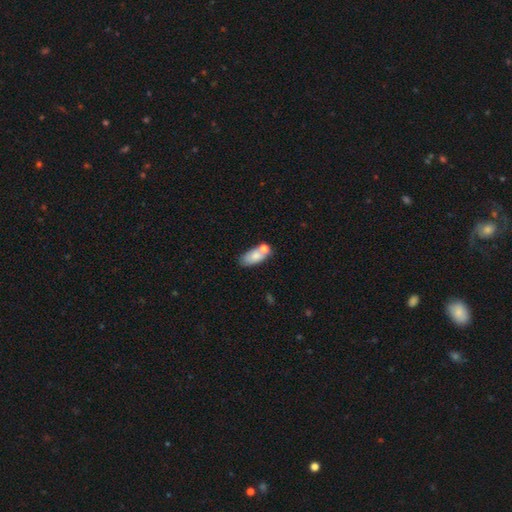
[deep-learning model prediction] Smooth or featured: smooth — 75% (featured or disk — 17%)
How rounded: in between — 87% (cigar-shaped — 8%)
Merging: none — 46% (merger — 30%)